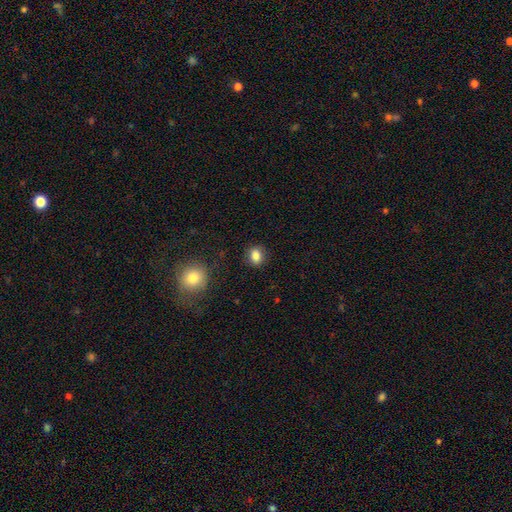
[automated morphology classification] Smooth or featured? Predicted: smooth (p=0.84). How rounded? Predicted: round (p=0.56). Merging? Predicted: none (p=0.87).